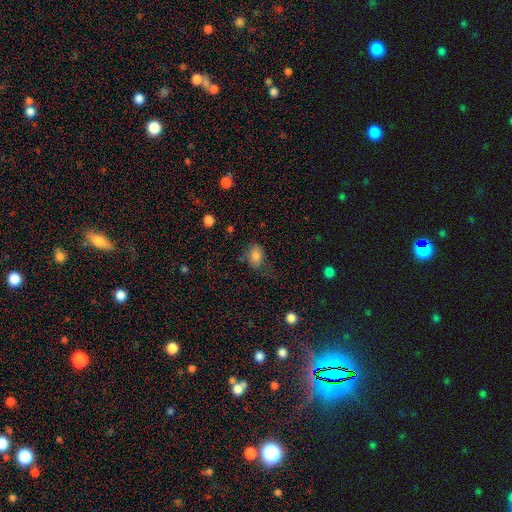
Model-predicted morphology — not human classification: Smooth or featured? Predicted: smooth (p=0.81). How rounded? Predicted: in between (p=0.71). Merging? Predicted: none (p=0.57).